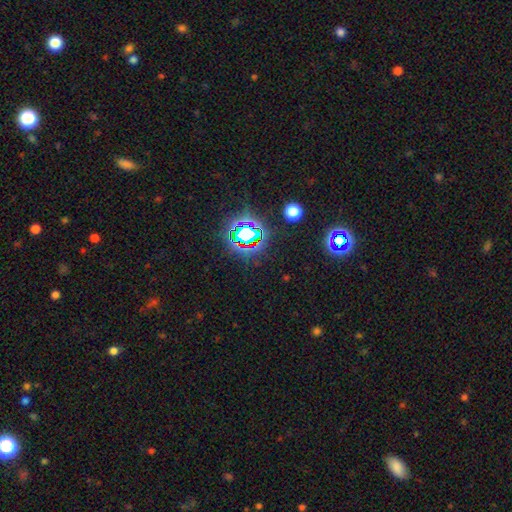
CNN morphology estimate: star or artifact 77%, smooth 16%, featured or disk 7%.